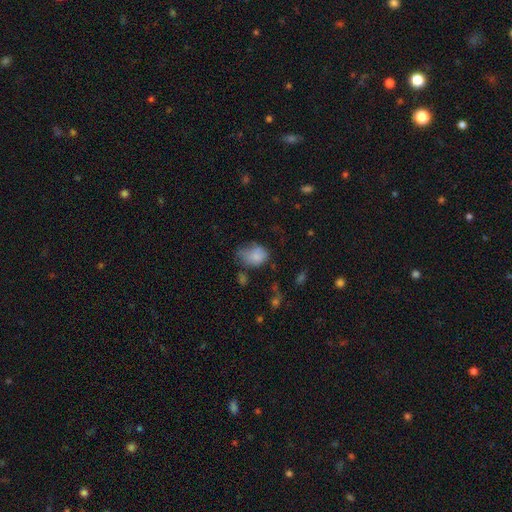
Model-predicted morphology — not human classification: Smooth or featured? Predicted: smooth (p=0.79). How rounded? Predicted: in between (p=0.70). Merging? Predicted: minor disturbance (p=0.37).